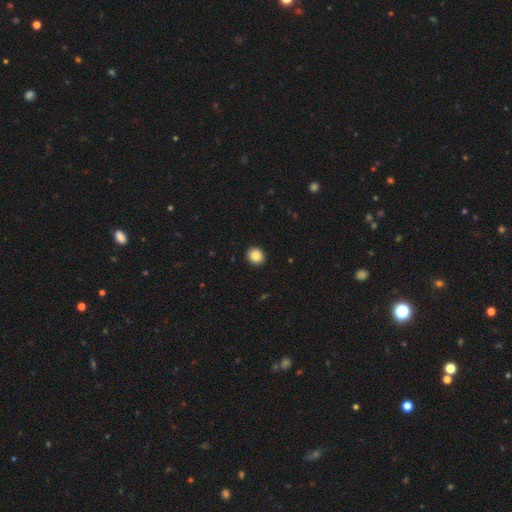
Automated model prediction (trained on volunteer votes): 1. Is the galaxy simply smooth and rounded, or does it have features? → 86% smooth, 9% star or artifact, 5% featured or disk.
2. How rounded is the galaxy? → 83% round, 16% in between, 1% cigar-shaped.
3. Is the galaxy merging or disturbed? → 93% none, 5% minor disturbance, 1% major disturbance, 1% merger.